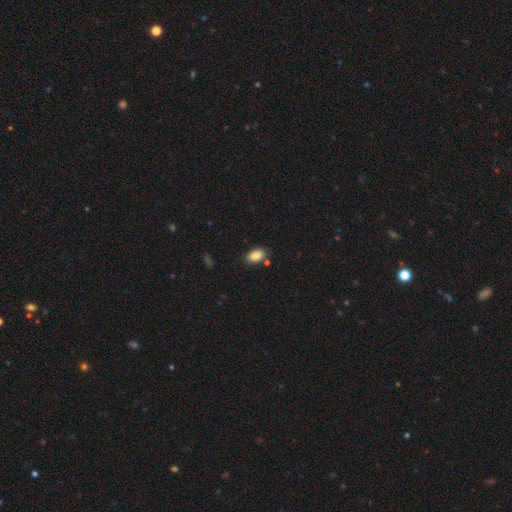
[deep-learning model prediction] Smooth or featured: smooth — 86% (star or artifact — 8%)
How rounded: in between — 93% (round — 5%)
Merging: none — 80% (minor disturbance — 13%)